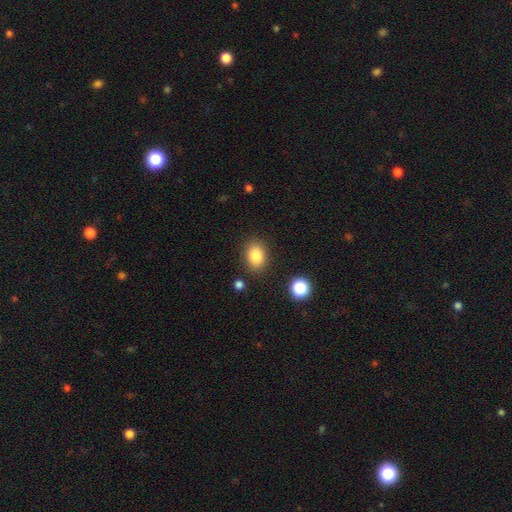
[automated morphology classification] A smooth galaxy with no disk features (86%) that is in between round and cigar-shaped (71%).

Vote fractions:
- Smooth or featured? smooth: 86% / star or artifact: 9% / featured or disk: 5%
- How rounded? in between: 71% / round: 28% / cigar-shaped: 1%
- Merging? none: 85% / minor disturbance: 10% / major disturbance: 3% / merger: 2%